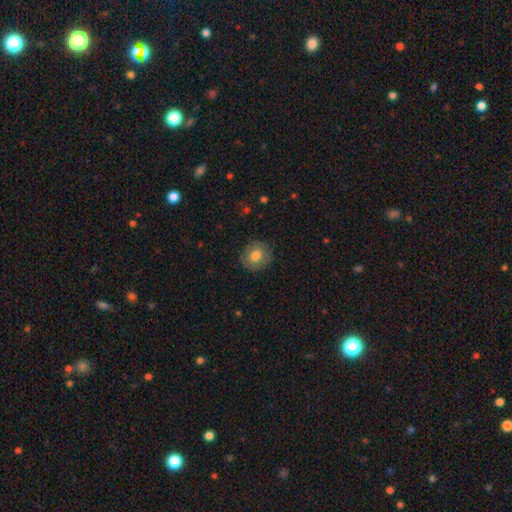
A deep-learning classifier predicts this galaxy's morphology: smooth-or-featured: smooth: 77% | featured or disk: 15% | star or artifact: 8%
  how-rounded: round: 84% | in between: 15% | cigar-shaped: 1%
  merging: none: 87% | minor disturbance: 9% | major disturbance: 3% | merger: 1%